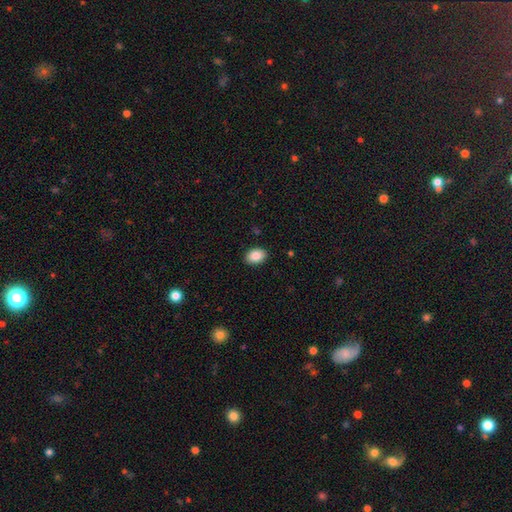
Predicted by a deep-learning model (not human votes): This appears to be a smooth galaxy with no disk features (87%) that is in between round and cigar-shaped (82%). Merging: none (89%).